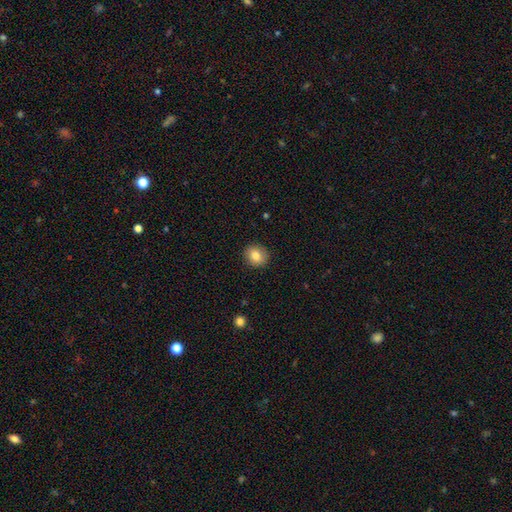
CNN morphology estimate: This appears to be a smooth galaxy with no disk features (82%) that is round (86%). Merging: none (90%).